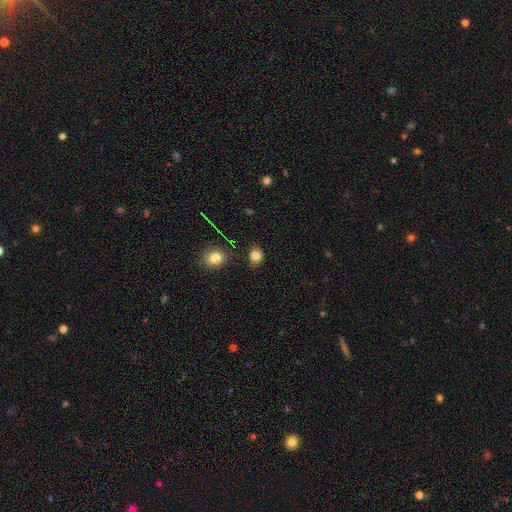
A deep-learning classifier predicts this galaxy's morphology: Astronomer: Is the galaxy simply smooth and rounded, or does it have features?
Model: smooth — 81%.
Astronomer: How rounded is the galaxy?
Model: round — 58% (runner-up: in between, 40%).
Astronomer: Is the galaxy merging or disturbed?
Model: none — 82%.